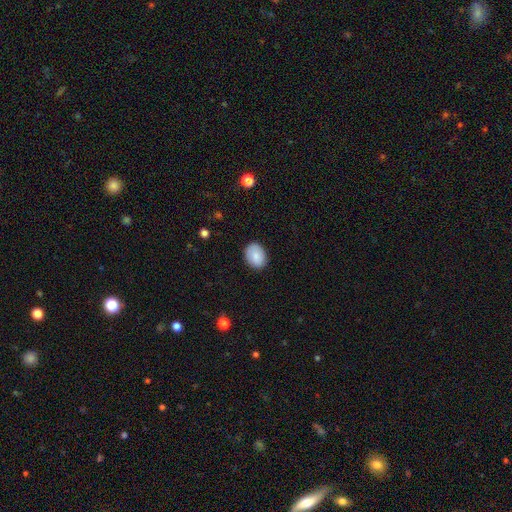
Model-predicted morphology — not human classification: This is clearly a smooth galaxy (84%). How rounded: likely in between (63%). Merging: clearly none (85%).